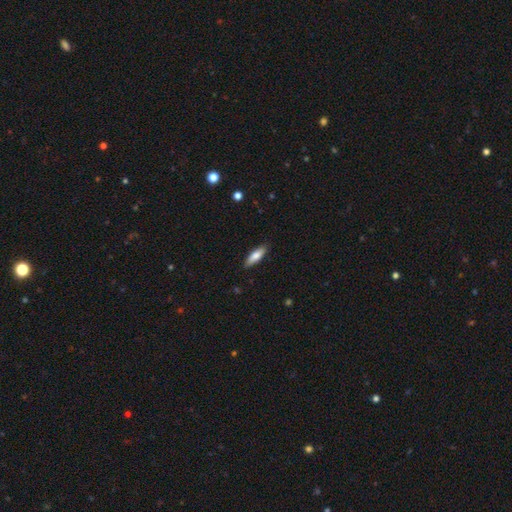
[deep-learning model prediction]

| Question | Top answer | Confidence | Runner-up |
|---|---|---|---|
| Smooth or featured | smooth | 75% | featured or disk (19%) |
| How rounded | cigar-shaped | 49% | tied: in between (49%) |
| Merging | none | 87% | minor disturbance (11%) |